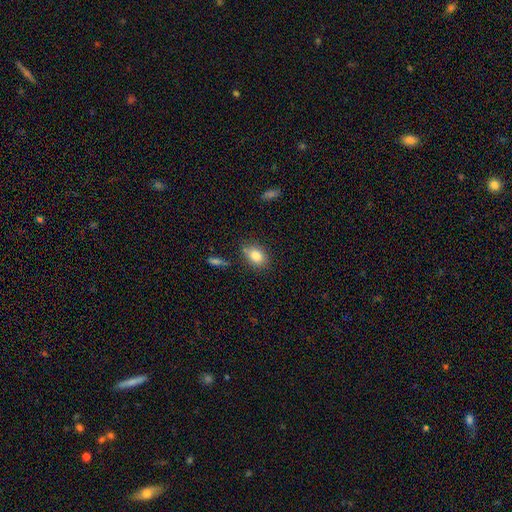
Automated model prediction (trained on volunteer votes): smooth 83%, star or artifact 9%, featured or disk 8%. Down the decision tree: how rounded — in between (70%); merging — none (77%).